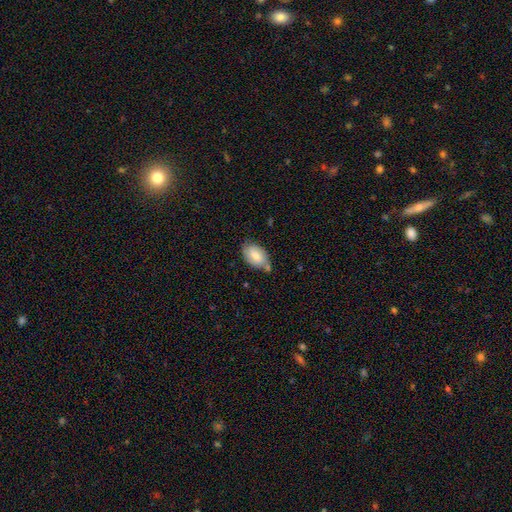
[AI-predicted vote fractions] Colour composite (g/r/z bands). It shows a smooth galaxy with no disk features (67%) that is in between round and cigar-shaped (91%). Merging: none (57%).